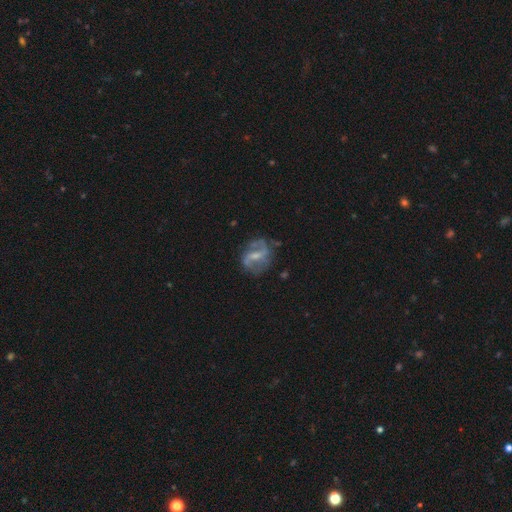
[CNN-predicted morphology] featured or disk 78%, smooth 15%, star or artifact 7%. Down the decision tree: edge-on disk — no (97%); bar — weak (48%); spiral arms — yes (83%); spiral arm count — 2 (81%); spiral winding — loose (48%); bulge size — small (46%); merging — none (63%).